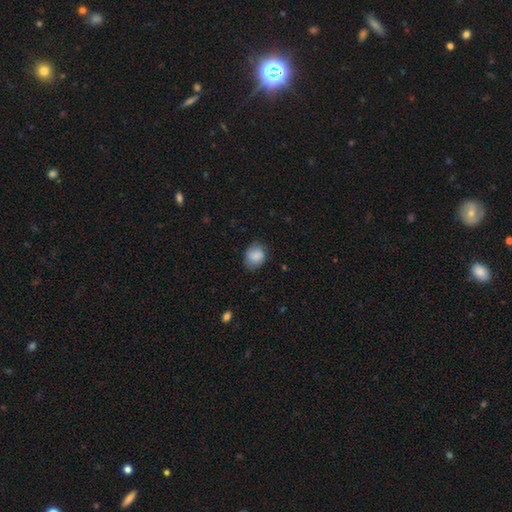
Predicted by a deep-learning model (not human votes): A smooth galaxy with no disk features (84%) that is round (62%).

Vote fractions:
- Smooth or featured? smooth: 84% / featured or disk: 8% / star or artifact: 8%
- How rounded? round: 62% / in between: 37% / cigar-shaped: 1%
- Merging? none: 75% / minor disturbance: 20% / major disturbance: 5% / merger: 1%